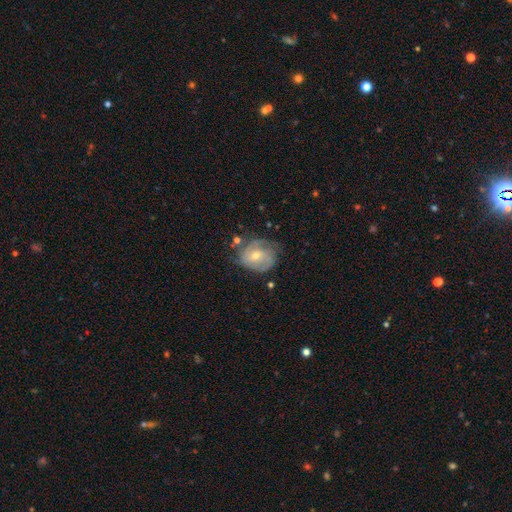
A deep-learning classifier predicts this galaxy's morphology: Overall: featured or disk (67%). Edge-on disk: no (97%). Bar: no (55%; weak 37%). Spiral arms: yes (85%). Spiral arm count: 2 (43%; can't tell 28%). Spiral winding: tight (46%; medium 39%). Bulge size: moderate (49%; small 46%). Merging: none (57%; minor disturbance 27%).